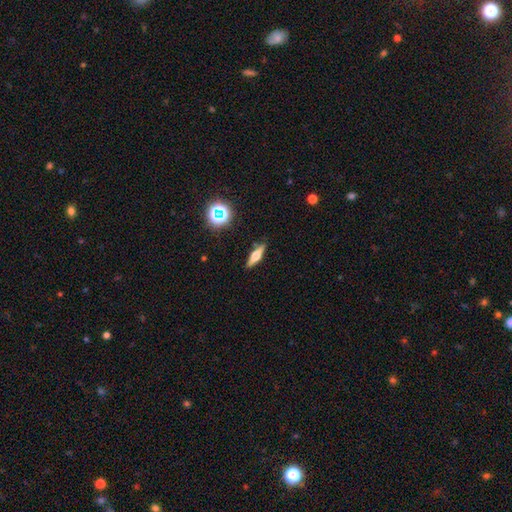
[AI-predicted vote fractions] Q: Smooth or featured?
A: featured or disk (52%); runner-up: smooth (37%)
Q: Edge-on disk?
A: yes (93%); runner-up: no (7%)
Q: Merging?
A: none (87%); runner-up: minor disturbance (9%)